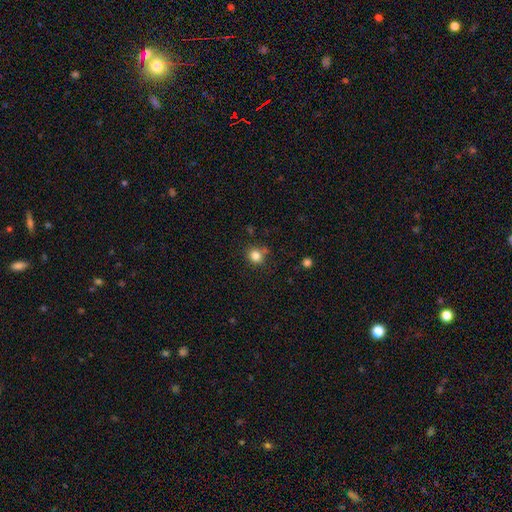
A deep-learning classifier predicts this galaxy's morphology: Smooth or featured: smooth — 82% (star or artifact — 12%)
How rounded: round — 86% (in between — 13%)
Merging: none — 76% (minor disturbance — 12%)